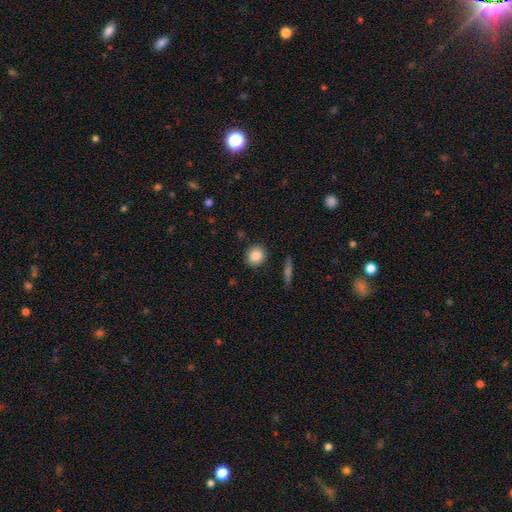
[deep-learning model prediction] smooth_or_featured: smooth (p=0.87) [alt: star or artifact p=0.08]
how_rounded: round (p=0.77) [alt: in between p=0.21]
merging: none (p=0.87) [alt: minor disturbance p=0.09]